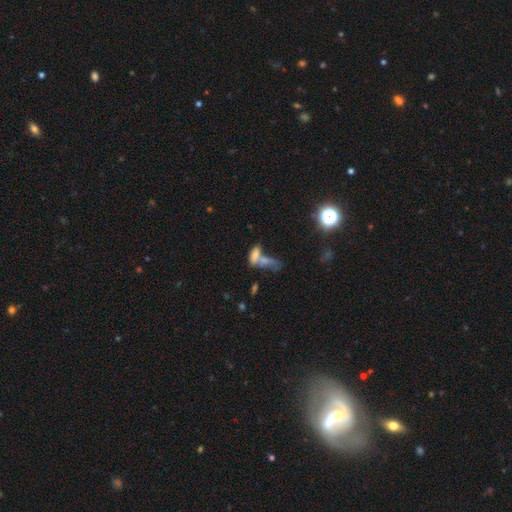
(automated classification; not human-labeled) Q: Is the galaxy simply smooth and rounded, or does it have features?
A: smooth — 62%.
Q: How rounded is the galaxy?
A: in between — 76%.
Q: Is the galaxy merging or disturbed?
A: merger — 64%.